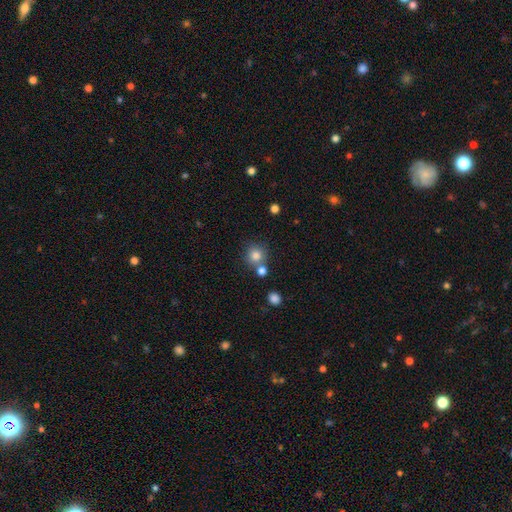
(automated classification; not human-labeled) Smooth or featured?
  - smooth: 81% *
  - star or artifact: 12%
  - featured or disk: 7%
How rounded?
  - round: 91% *
  - in between: 8%
  - cigar-shaped: 1%
Merging?
  - none: 68% *
  - merger: 21%
  - minor disturbance: 9%
  - major disturbance: 3%